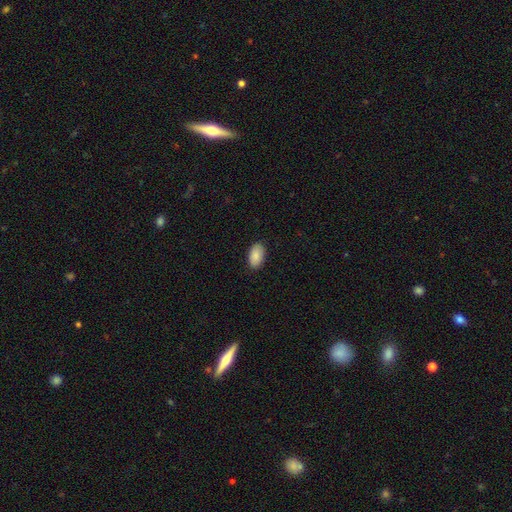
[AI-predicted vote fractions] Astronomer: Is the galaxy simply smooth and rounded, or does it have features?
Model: smooth — 89%.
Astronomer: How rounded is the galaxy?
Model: in between — 95%.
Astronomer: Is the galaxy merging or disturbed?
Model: none — 89%.